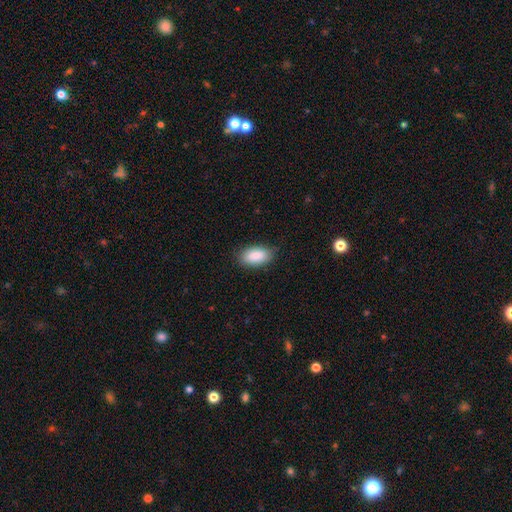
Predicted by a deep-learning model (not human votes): Q: Smooth or featured?
A: smooth (89%); runner-up: star or artifact (6%)
Q: How rounded?
A: in between (93%); runner-up: cigar-shaped (4%)
Q: Merging?
A: none (84%); runner-up: minor disturbance (13%)